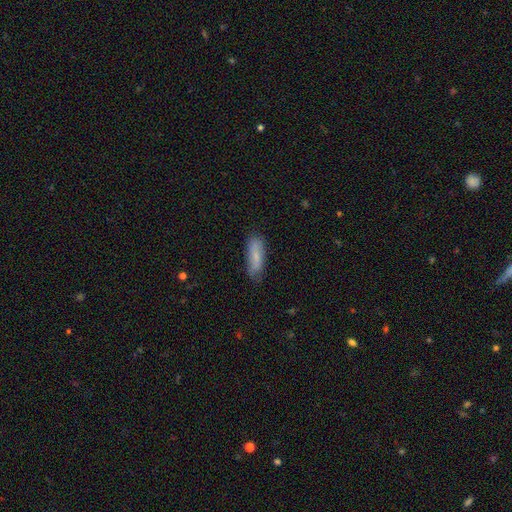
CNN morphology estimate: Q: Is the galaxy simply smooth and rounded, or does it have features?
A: smooth — 73%.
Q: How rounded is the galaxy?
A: in between — 50%.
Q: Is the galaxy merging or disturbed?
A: none — 74%.